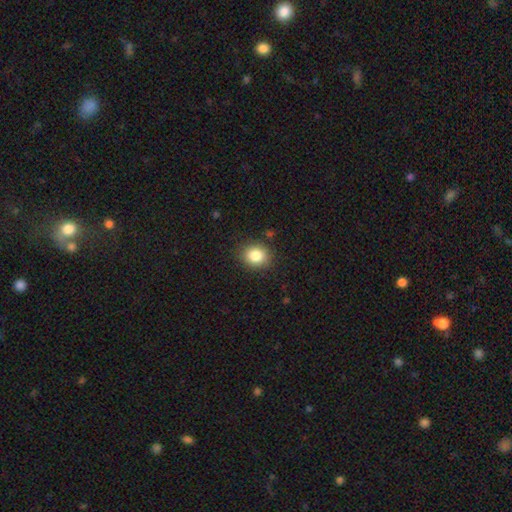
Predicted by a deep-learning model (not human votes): Morphology: type=smooth (84%); roundness=round (66%); merging=none (86%).